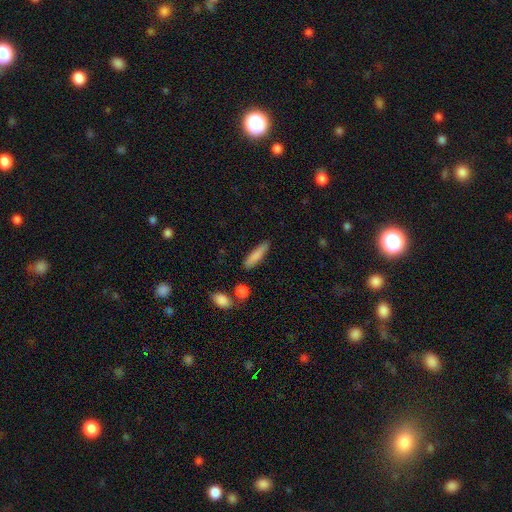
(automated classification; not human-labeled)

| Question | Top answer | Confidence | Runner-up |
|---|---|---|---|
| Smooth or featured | smooth | 82% | featured or disk (12%) |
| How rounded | cigar-shaped | 77% | in between (21%) |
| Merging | none | 79% | minor disturbance (13%) |